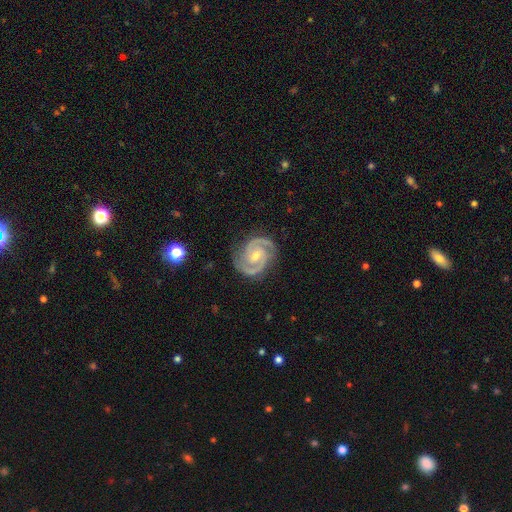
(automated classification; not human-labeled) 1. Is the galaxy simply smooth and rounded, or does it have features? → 93% featured or disk, 4% star or artifact, 3% smooth.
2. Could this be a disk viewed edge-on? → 98% no, 2% yes.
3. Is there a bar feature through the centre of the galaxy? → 48% no, 37% weak, 16% strong.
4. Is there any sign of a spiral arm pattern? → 99% yes, 1% no.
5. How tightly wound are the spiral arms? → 53% tight, 42% medium, 4% loose.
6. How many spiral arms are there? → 93% 2, 2% 3, 1% can't tell, 1% 1, 1% 4, 1% more than 4.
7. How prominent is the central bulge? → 54% moderate, 42% small, 1% large, 1% none, 1% dominant.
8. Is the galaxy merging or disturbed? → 85% none, 11% minor disturbance, 3% major disturbance, 1% merger.